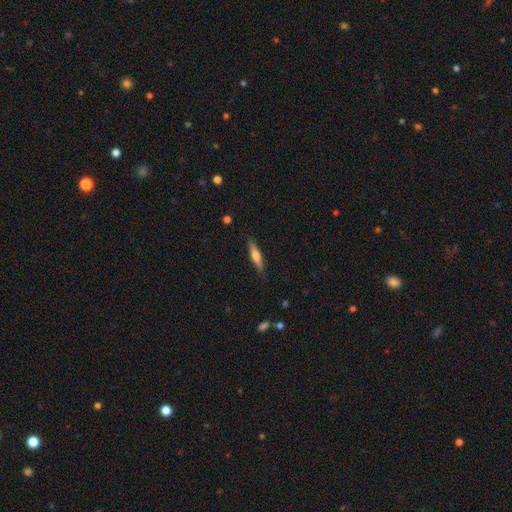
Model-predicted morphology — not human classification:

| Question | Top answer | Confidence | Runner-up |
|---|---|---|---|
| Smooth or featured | smooth | 50% | featured or disk (44%) |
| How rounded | cigar-shaped | 84% | in between (14%) |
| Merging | none | 87% | minor disturbance (9%) |